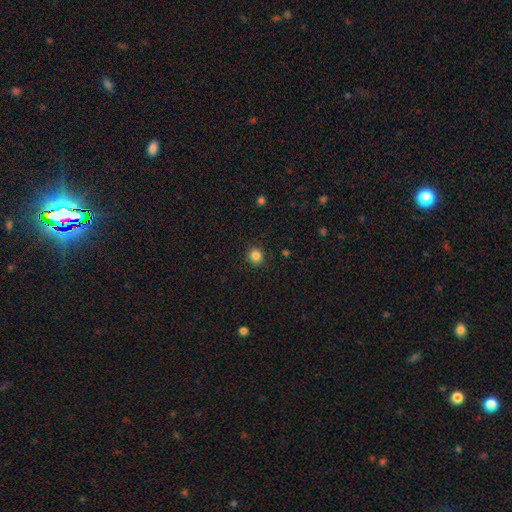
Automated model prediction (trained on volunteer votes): Overall: smooth (84%). How rounded: round (88%). Merging: none (91%).